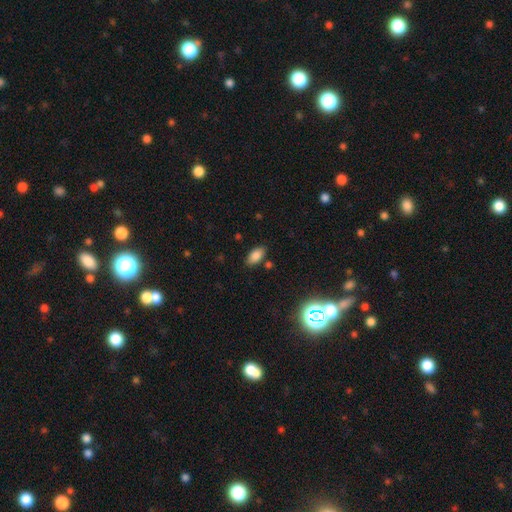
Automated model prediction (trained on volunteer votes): Overall: smooth (83%). How rounded: in between (92%). Merging: none (82%).